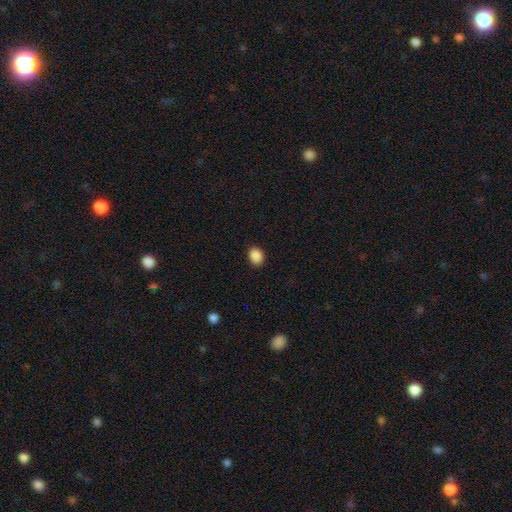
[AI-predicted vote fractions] A smooth galaxy with no disk features (89%) that is in between round and cigar-shaped (57%). Merging: none (89%).